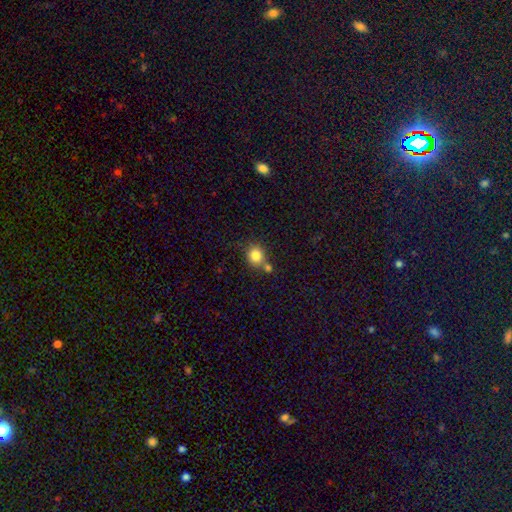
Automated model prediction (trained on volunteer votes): Smooth or featured? Predicted: smooth (p=0.83). How rounded? Predicted: round (p=0.81). Merging? Predicted: none (p=0.60).